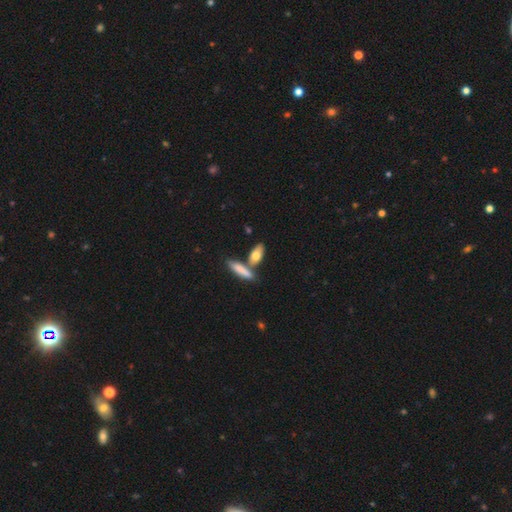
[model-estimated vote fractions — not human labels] Smooth or featured? smooth (75%)
How rounded? in between (66%)
Merging? none (62%)